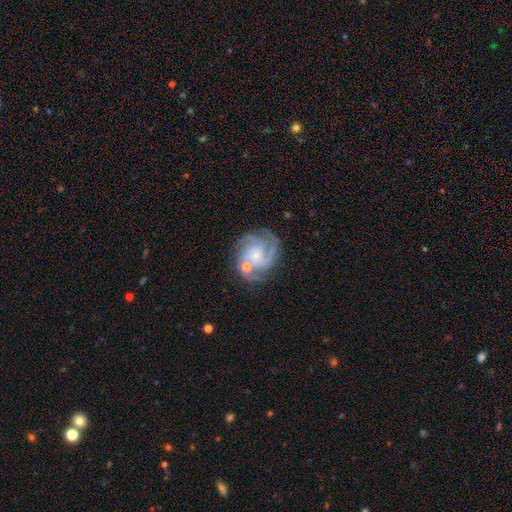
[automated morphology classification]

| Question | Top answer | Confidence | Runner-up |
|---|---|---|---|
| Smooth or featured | featured or disk | 84% | smooth (9%) |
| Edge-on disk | no | 98% | yes (2%) |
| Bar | no | 72% | weak (23%) |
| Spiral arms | yes | 96% | no (4%) |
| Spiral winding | tight | 57% | medium (35%) |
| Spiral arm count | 3 | 37% | 4 (25%) |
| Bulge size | small | 73% | moderate (16%) |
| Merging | none | 67% | minor disturbance (17%) |